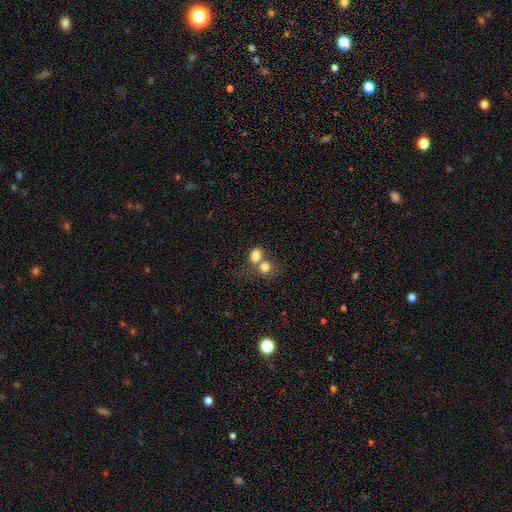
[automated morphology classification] This is likely a smooth galaxy (79%). How rounded: possibly in between (58%). Merging: possibly merger (53%).